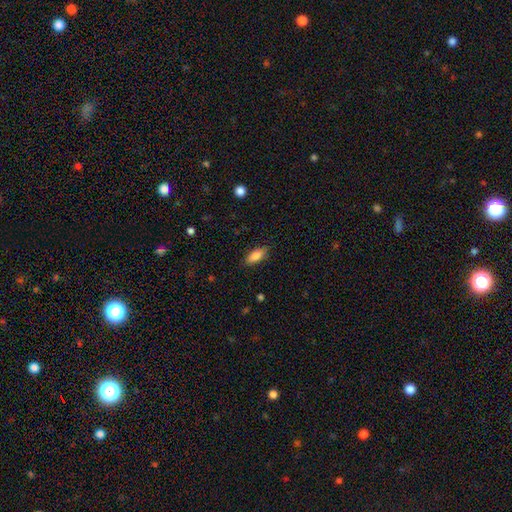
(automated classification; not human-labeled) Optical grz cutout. It shows a smooth galaxy with no disk features (83%) that is in between round and cigar-shaped (79%). Merging: none (86%).